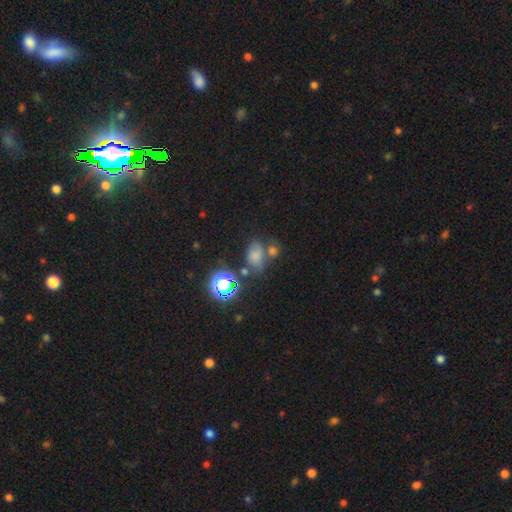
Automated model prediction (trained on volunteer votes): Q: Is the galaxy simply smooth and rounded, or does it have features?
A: smooth — 67%.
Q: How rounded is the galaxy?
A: in between — 70%.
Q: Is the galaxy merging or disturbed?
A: none — 49%.